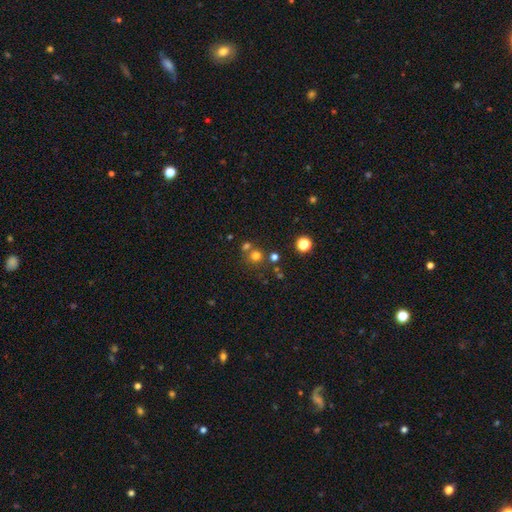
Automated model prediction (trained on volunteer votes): Overall: smooth (70%). How rounded: round (91%). Merging: none (64%; merger 25%).